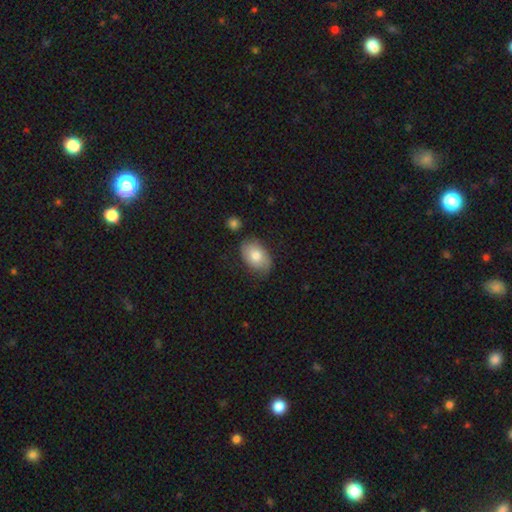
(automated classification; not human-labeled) A smooth galaxy with no disk features (76%) that is in between round and cigar-shaped (88%).

Vote fractions:
- Smooth or featured? smooth: 76% / featured or disk: 17% / star or artifact: 7%
- How rounded? in between: 88% / round: 11% / cigar-shaped: 1%
- Merging? none: 73% / minor disturbance: 19% / major disturbance: 4% / merger: 3%